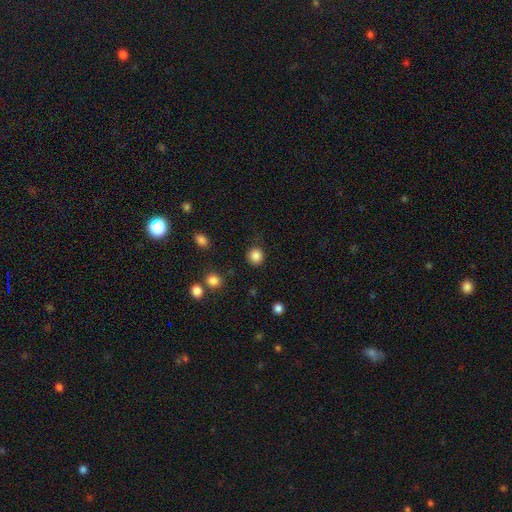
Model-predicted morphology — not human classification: smooth 86%, star or artifact 11%, featured or disk 3%. Down the decision tree: how rounded — round (91%); merging — none (88%).